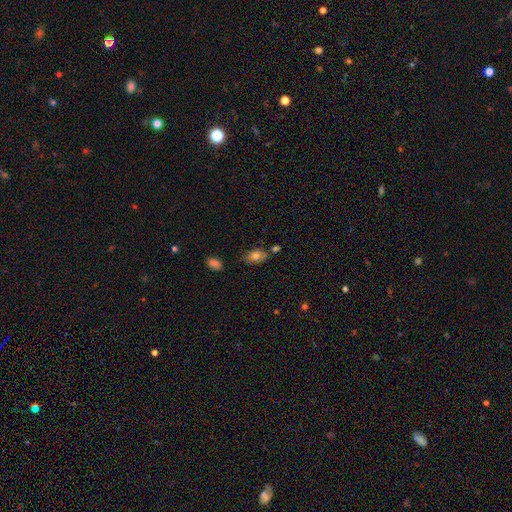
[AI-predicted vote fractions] smooth_or_featured: smooth (p=0.78) [alt: featured or disk p=0.13]
how_rounded: in between (p=0.88) [alt: round p=0.10]
merging: none (p=0.70) [alt: minor disturbance p=0.18]